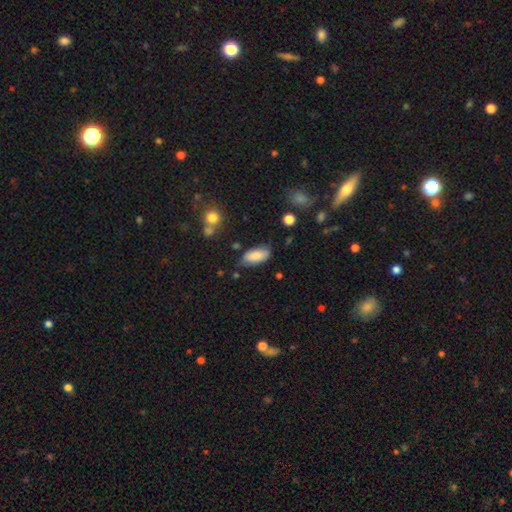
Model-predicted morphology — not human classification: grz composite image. It shows a smooth galaxy with no disk features (85%) that is in between round and cigar-shaped (87%). Merging: none (73%).